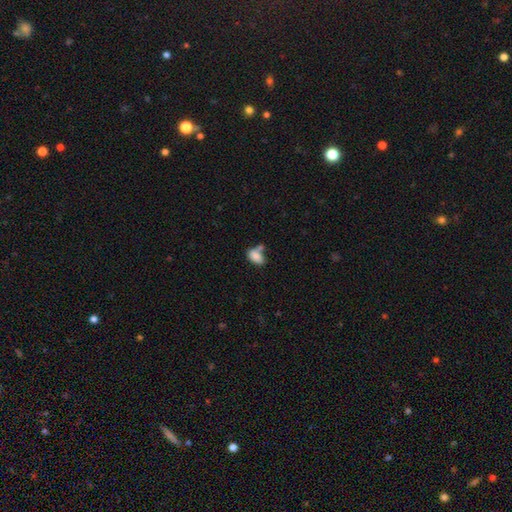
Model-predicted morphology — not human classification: The model was most divided on "merging": merger: 37%, none: 36%, minor disturbance: 18%, major disturbance: 9%. More confident: how rounded — in between (90%); smooth or featured — smooth (82%).